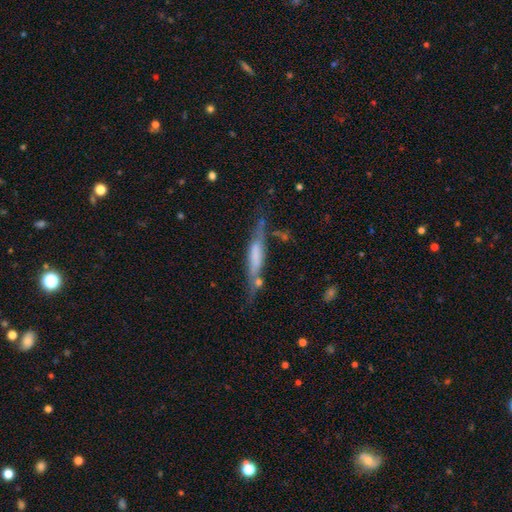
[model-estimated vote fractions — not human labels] Smooth or featured? featured or disk (56%)
Edge-on disk? yes (85%)
Merging? none (58%)